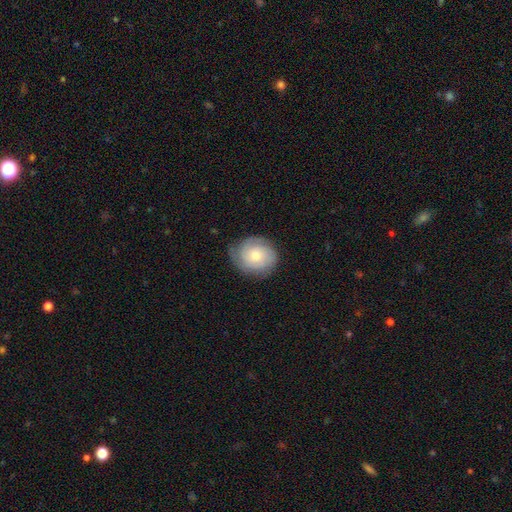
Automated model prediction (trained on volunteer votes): Smooth or featured? Predicted: featured or disk (p=0.47). Merging? Predicted: none (p=0.73).